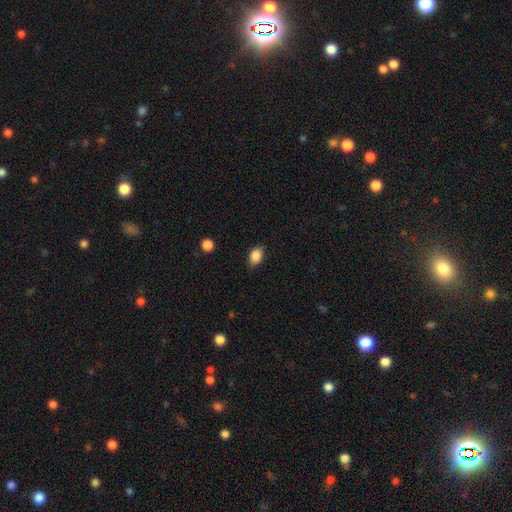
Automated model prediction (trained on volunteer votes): A smooth galaxy with no disk features (87%) that is in between round and cigar-shaped (80%). Merging: none (78%).